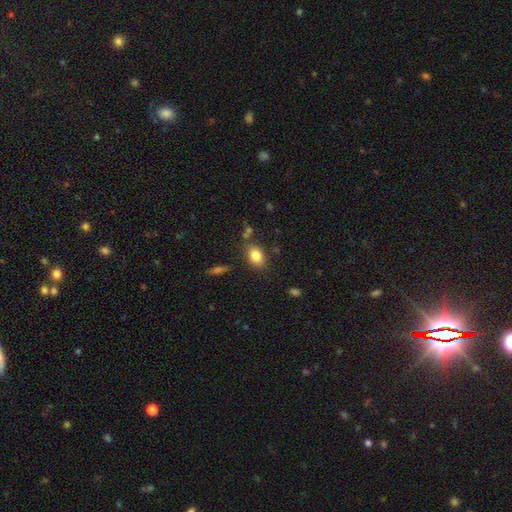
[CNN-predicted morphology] Q: Smooth or featured?
A: smooth (83%); runner-up: star or artifact (9%)
Q: How rounded?
A: in between (76%); runner-up: round (22%)
Q: Merging?
A: none (77%); runner-up: minor disturbance (14%)